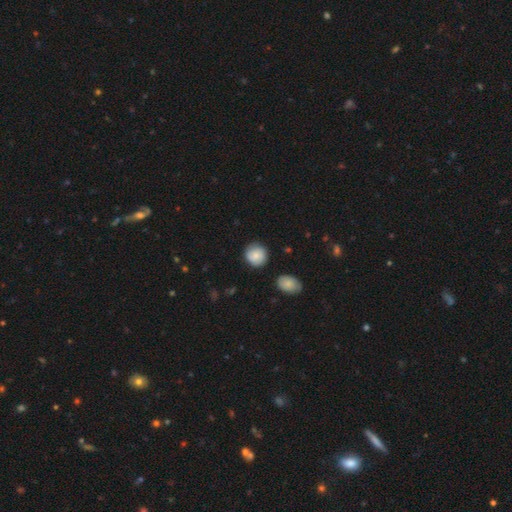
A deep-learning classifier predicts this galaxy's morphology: A smooth galaxy with no disk features (80%) that is round (88%). Merging: none (81%).